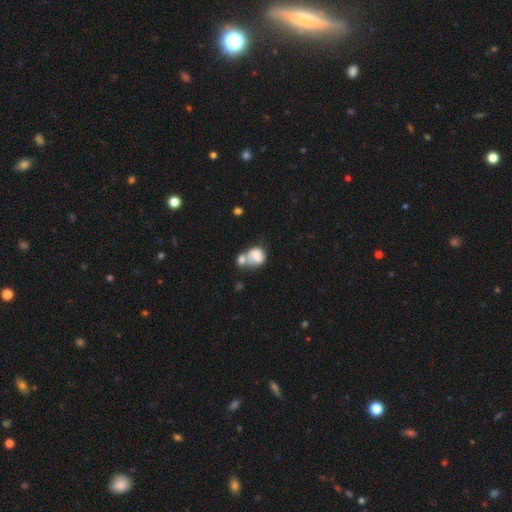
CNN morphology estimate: Smooth or featured? Predicted: smooth (p=0.64). How rounded? Predicted: round (p=0.52). Merging? Predicted: merger (p=0.57).